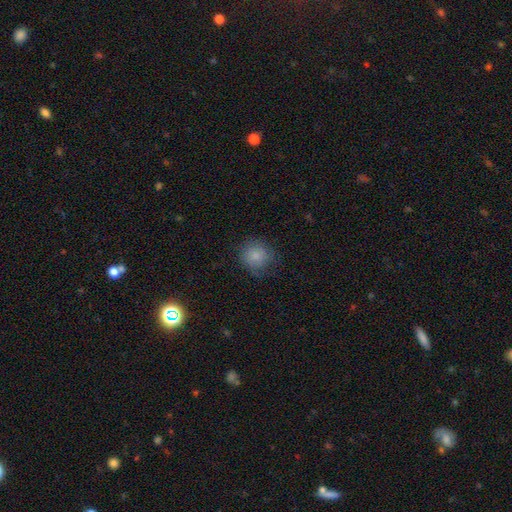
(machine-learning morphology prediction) A smooth galaxy with no disk features (84%) that is round (86%). Merging: none (74%).